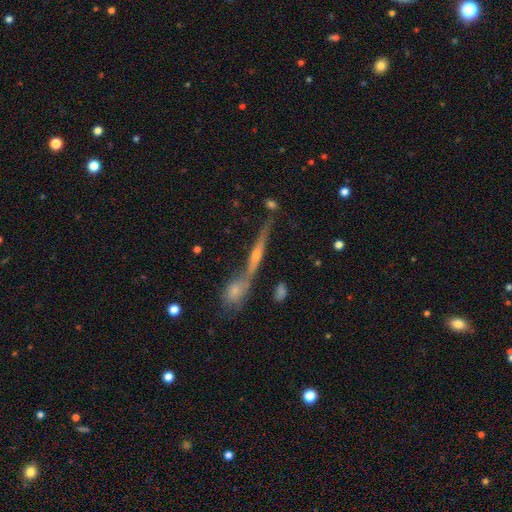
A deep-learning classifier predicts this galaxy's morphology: Smooth or featured: featured or disk — 74% (smooth — 16%)
Edge-on disk: yes — 94% (no — 6%)
Edge-on bulge: rounded — 80% (none — 13%)
Merging: none — 59% (merger — 27%)